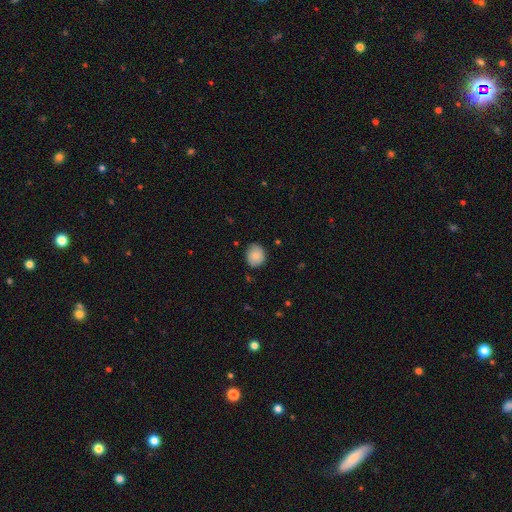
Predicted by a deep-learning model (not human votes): Overall: smooth (79%). How rounded: round (68%; in between 32%). Merging: none (82%).